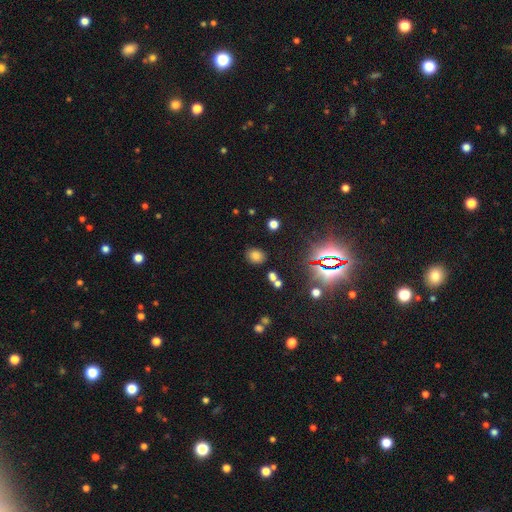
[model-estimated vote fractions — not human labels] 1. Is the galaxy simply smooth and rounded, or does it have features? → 71% smooth, 22% star or artifact, 7% featured or disk.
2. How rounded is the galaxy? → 55% in between, 44% round, 1% cigar-shaped.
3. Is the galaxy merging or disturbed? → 82% none, 10% minor disturbance, 5% merger, 3% major disturbance.